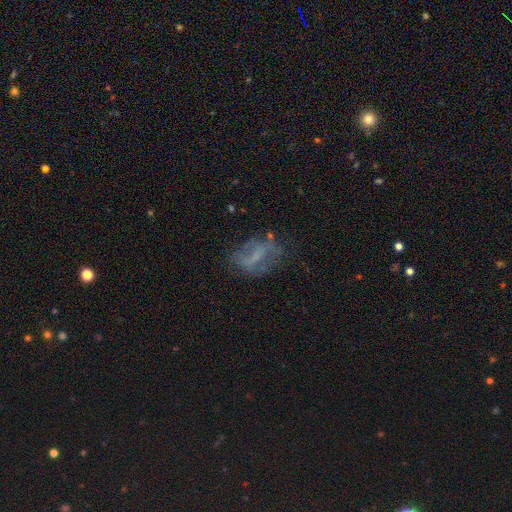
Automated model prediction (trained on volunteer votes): featured or disk 53%, smooth 33%, star or artifact 14%. Down the decision tree: edge-on disk — no (95%); bar — no (46%); spiral arms — no (57%); bulge size — none (59%); merging — none (51%).